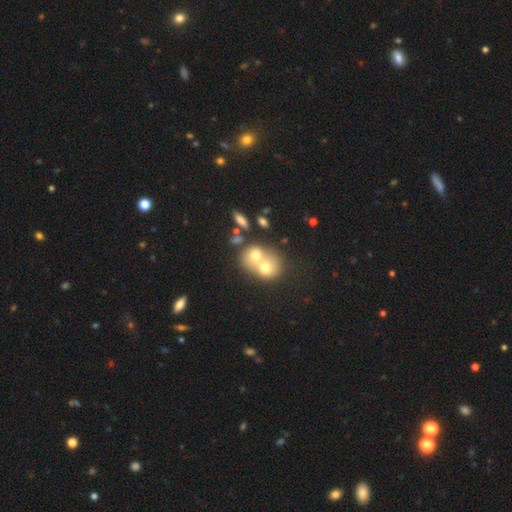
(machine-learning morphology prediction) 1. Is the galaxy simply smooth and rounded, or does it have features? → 64% smooth, 25% featured or disk, 12% star or artifact.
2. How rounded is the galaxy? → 64% round, 35% in between, 1% cigar-shaped.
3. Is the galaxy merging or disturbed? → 71% merger, 20% none, 5% minor disturbance, 3% major disturbance.